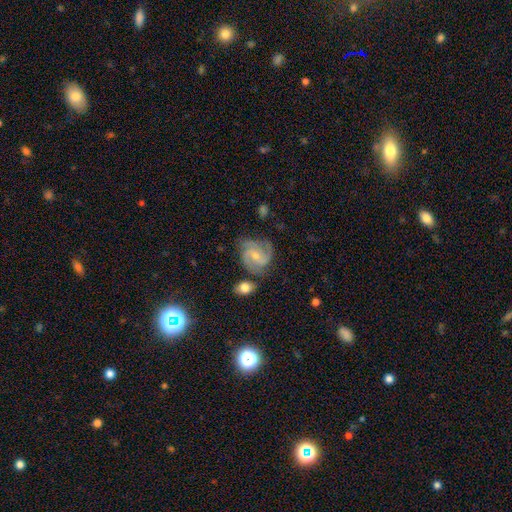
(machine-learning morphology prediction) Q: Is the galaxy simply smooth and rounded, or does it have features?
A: featured or disk — 79%.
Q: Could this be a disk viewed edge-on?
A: no — 98%.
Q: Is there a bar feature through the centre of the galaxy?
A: no — 53%.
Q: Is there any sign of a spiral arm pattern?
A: yes — 95%.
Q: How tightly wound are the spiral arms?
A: medium — 48%.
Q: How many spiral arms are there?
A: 3 — 42%.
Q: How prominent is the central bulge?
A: small — 57%.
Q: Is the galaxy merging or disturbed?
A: none — 63%.